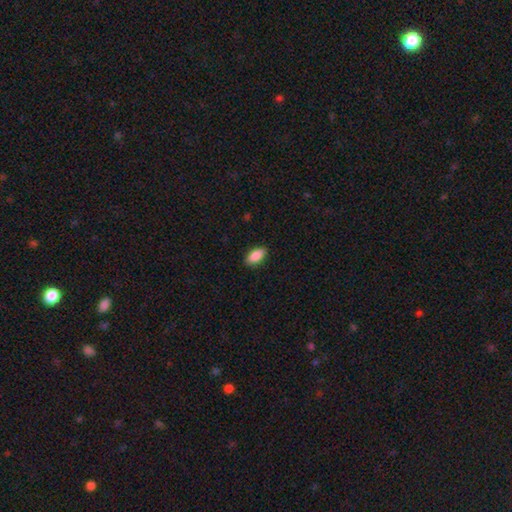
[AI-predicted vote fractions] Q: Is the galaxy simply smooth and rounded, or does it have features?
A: smooth — 87%.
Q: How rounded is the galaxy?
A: in between — 88%.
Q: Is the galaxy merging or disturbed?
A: none — 87%.